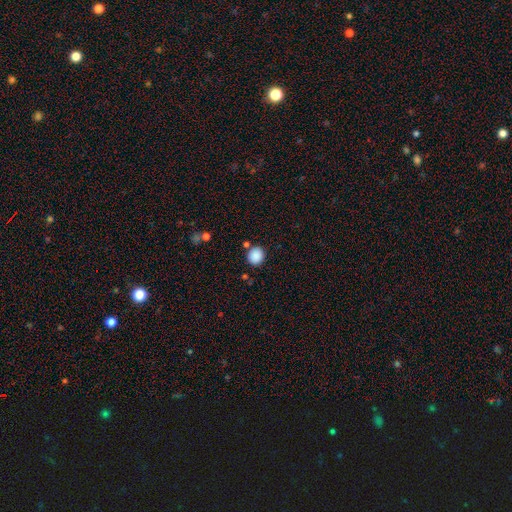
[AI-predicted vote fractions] smooth-or-featured: smooth: 88% | star or artifact: 9% | featured or disk: 3%
  how-rounded: round: 78% | in between: 21% | cigar-shaped: 1%
  merging: none: 81% | minor disturbance: 10% | merger: 7% | major disturbance: 3%